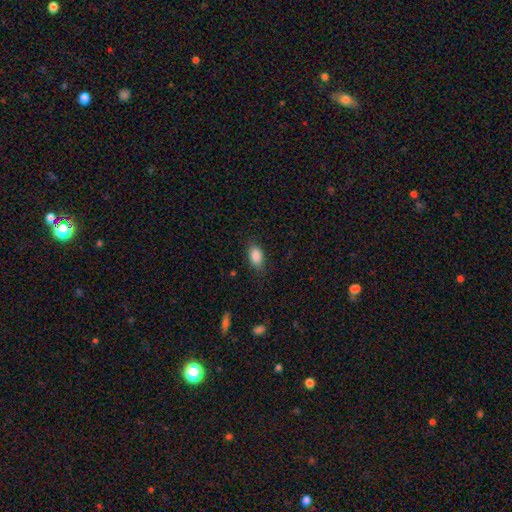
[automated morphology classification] type=smooth (88%); roundness=in between (89%); merging=none (80%).